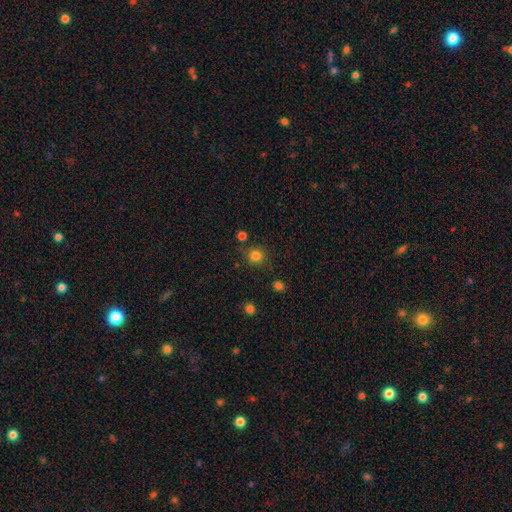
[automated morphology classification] smooth-or-featured: smooth: 82% | star or artifact: 14% | featured or disk: 4%
  how-rounded: round: 93% | in between: 6% | cigar-shaped: 1%
  merging: none: 84% | minor disturbance: 9% | merger: 5% | major disturbance: 3%